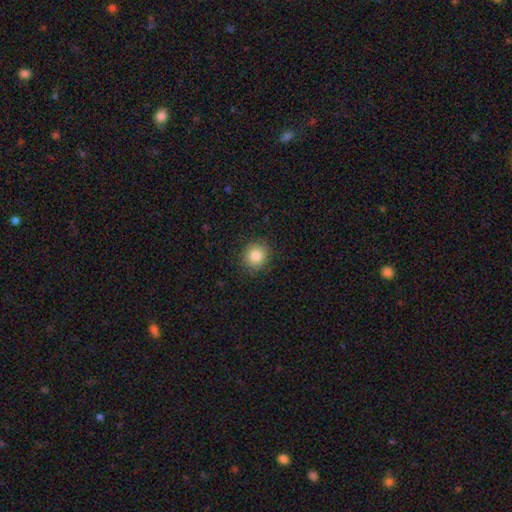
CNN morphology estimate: Q: Smooth or featured?
A: smooth (85%); runner-up: star or artifact (10%)
Q: How rounded?
A: round (85%); runner-up: in between (14%)
Q: Merging?
A: none (89%); runner-up: minor disturbance (8%)